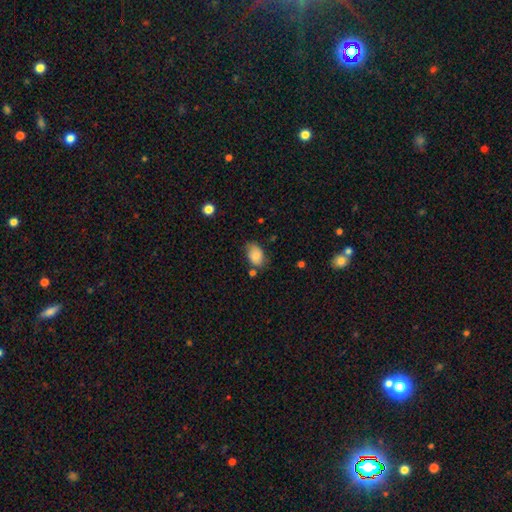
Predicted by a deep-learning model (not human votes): smooth 81%, featured or disk 11%, star or artifact 8%. Down the decision tree: how rounded — in between (84%); merging — none (64%).